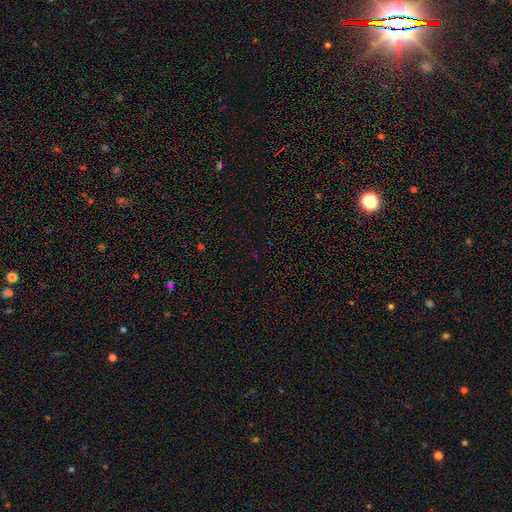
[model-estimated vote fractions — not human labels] Smooth or featured: star or artifact — 69% (smooth — 24%)